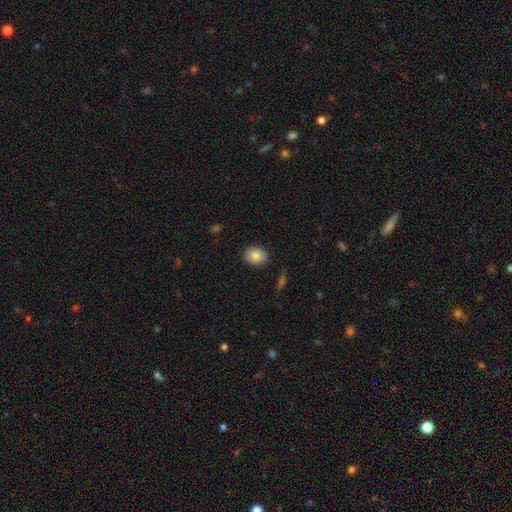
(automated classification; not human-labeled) A smooth galaxy with no disk features (84%) that is in between round and cigar-shaped (55%).

Vote fractions:
- Smooth or featured? smooth: 84% / featured or disk: 8% / star or artifact: 8%
- How rounded? in between: 55% / round: 44% / cigar-shaped: 1%
- Merging? none: 87% / minor disturbance: 9% / major disturbance: 2% / merger: 1%